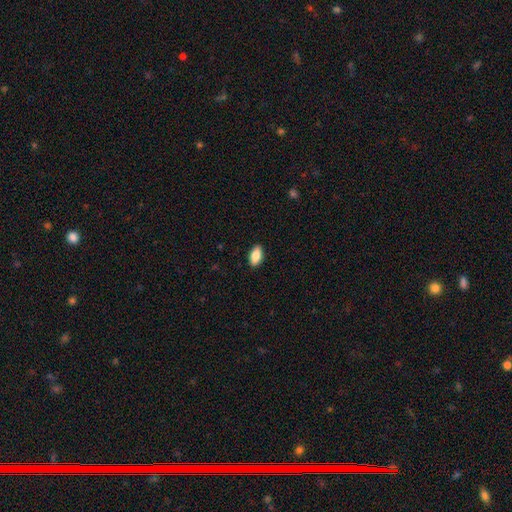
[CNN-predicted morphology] Overall: smooth (86%). How rounded: in between (91%). Merging: none (90%).